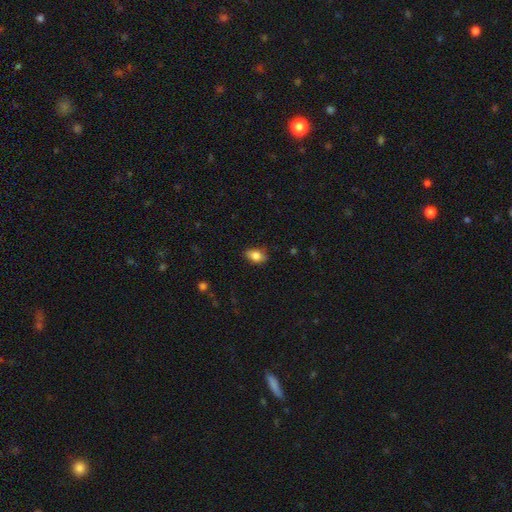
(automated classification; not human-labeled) Smooth or featured? Predicted: smooth (p=0.82). How rounded? Predicted: in between (p=0.84). Merging? Predicted: none (p=0.79).